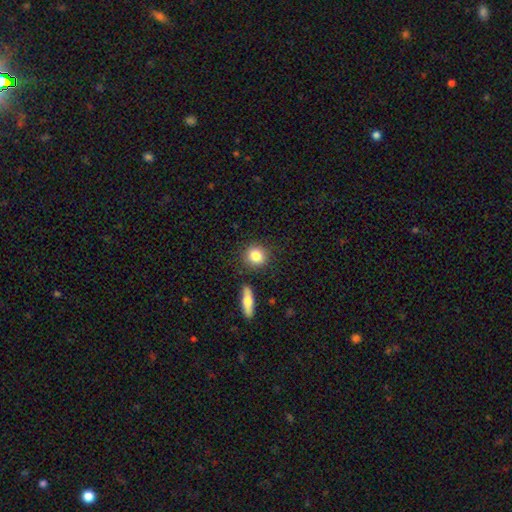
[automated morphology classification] type=smooth (84%); roundness=round (82%); merging=none (84%).